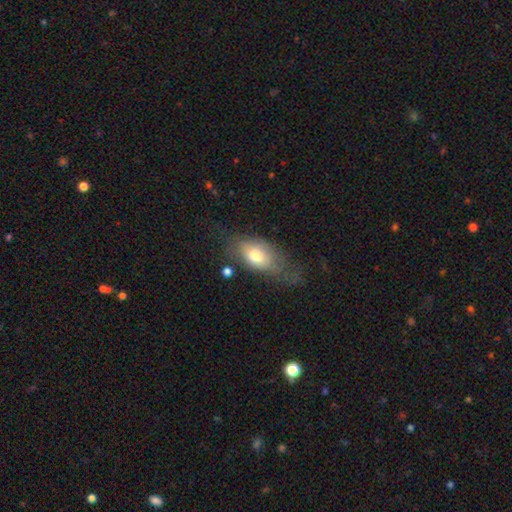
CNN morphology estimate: type=smooth (71%); roundness=in between (86%); merging=none (40%).